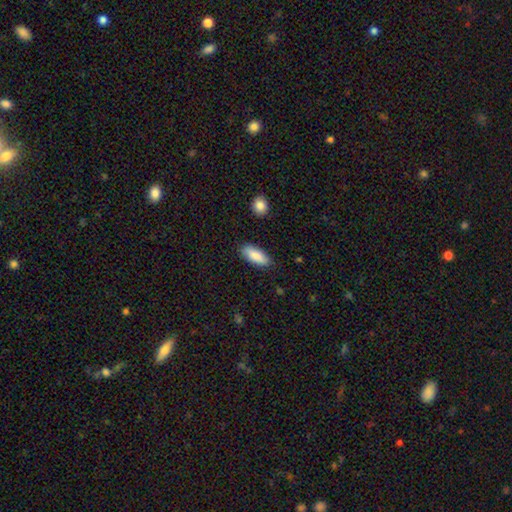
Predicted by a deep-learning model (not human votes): Q: Smooth or featured?
A: smooth (87%); runner-up: featured or disk (7%)
Q: How rounded?
A: in between (79%); runner-up: cigar-shaped (19%)
Q: Merging?
A: none (84%); runner-up: minor disturbance (12%)